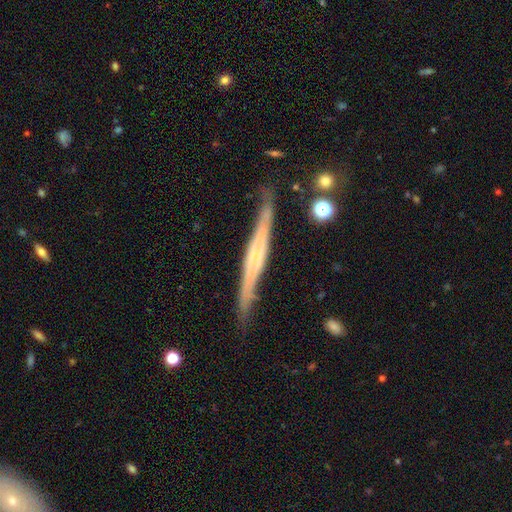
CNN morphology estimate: Smooth or featured: featured or disk — 75% (smooth — 20%)
Edge-on disk: yes — 92% (no — 8%)
Edge-on bulge: rounded — 50% (none — 31%)
Merging: none — 79% (minor disturbance — 15%)